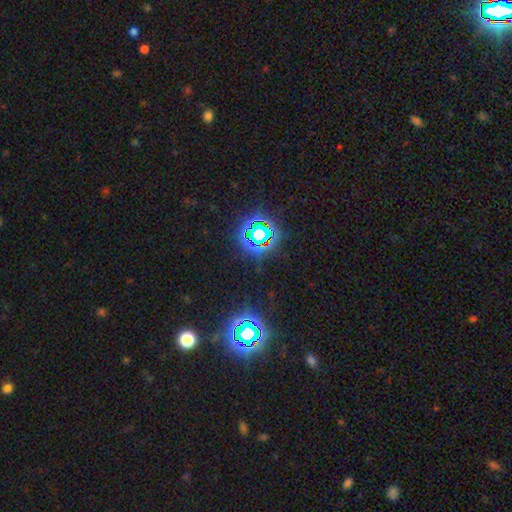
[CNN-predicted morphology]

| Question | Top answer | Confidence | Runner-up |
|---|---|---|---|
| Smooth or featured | star or artifact | 81% | smooth (13%) |